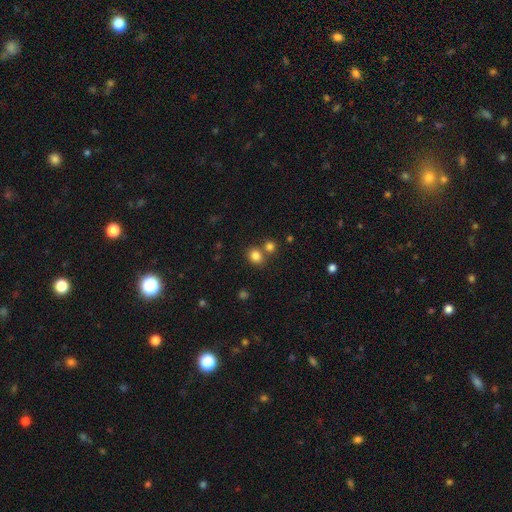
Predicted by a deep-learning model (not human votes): Smooth or featured?
  - smooth: 82% *
  - star or artifact: 12%
  - featured or disk: 6%
How rounded?
  - round: 67% *
  - in between: 32%
  - cigar-shaped: 1%
Merging?
  - none: 63% *
  - merger: 25%
  - minor disturbance: 9%
  - major disturbance: 3%